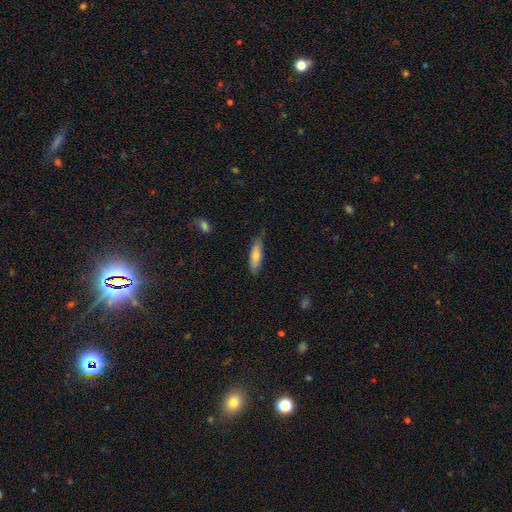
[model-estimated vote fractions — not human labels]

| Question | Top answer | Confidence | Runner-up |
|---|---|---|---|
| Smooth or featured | smooth | 75% | featured or disk (20%) |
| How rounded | cigar-shaped | 52% | in between (46%) |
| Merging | none | 72% | minor disturbance (23%) |